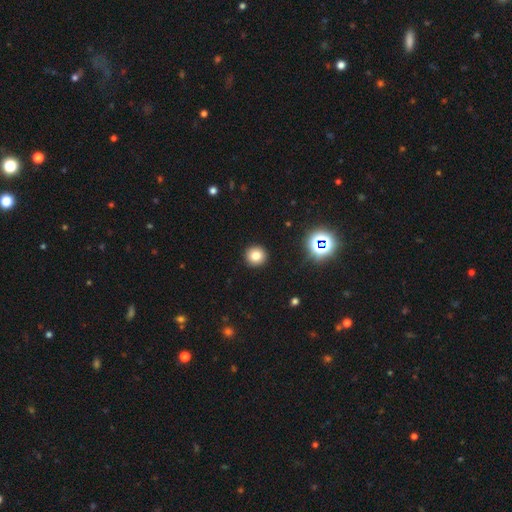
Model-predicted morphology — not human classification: This is likely a smooth galaxy (77%). How rounded: clearly round (94%). Merging: clearly none (93%).